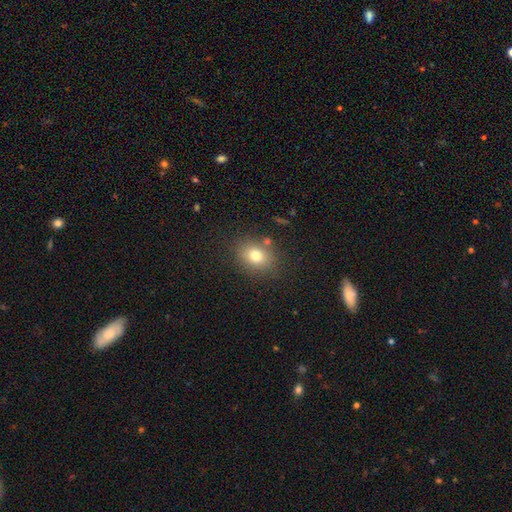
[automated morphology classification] Q: Smooth or featured?
A: smooth (77%); runner-up: star or artifact (12%)
Q: How rounded?
A: in between (54%); runner-up: round (45%)
Q: Merging?
A: none (79%); runner-up: minor disturbance (11%)